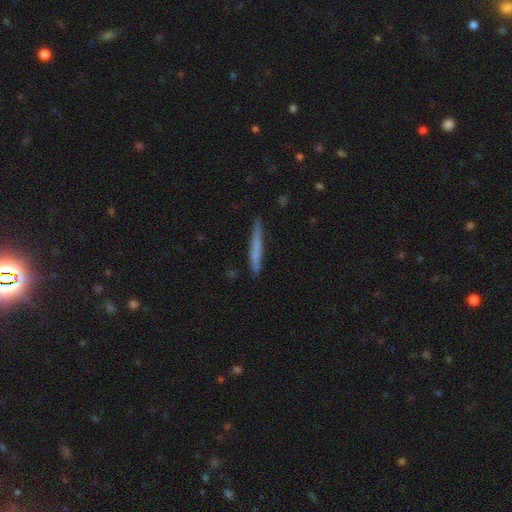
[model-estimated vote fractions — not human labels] Smooth or featured? smooth (56%)
How rounded? cigar-shaped (96%)
Merging? none (85%)